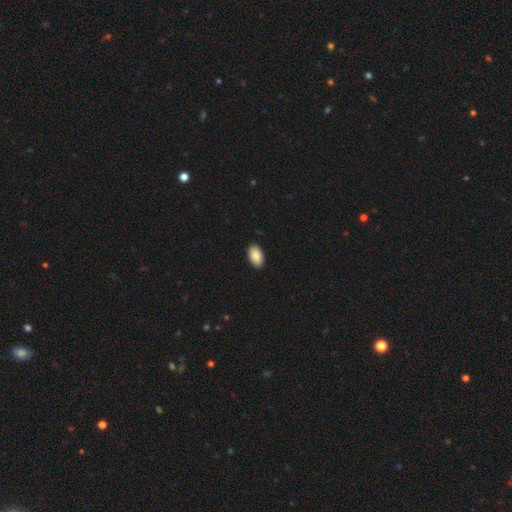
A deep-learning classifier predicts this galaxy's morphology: smooth-or-featured: smooth: 89% | star or artifact: 7% | featured or disk: 4%
  how-rounded: in between: 94% | round: 4% | cigar-shaped: 1%
  merging: none: 90% | minor disturbance: 7% | major disturbance: 2% | merger: 1%